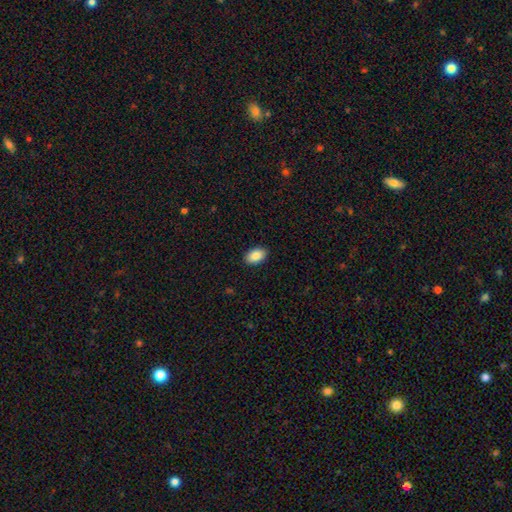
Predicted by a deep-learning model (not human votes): The model was most divided on "smooth or featured": smooth: 89%, star or artifact: 7%, featured or disk: 4%. More confident: how rounded — in between (91%); merging — none (90%).